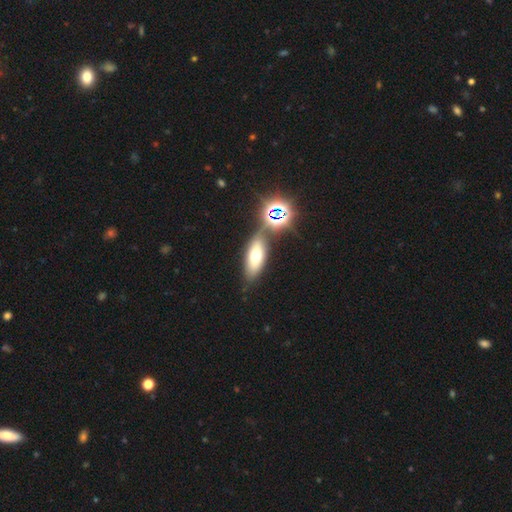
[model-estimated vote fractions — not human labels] Smooth or featured?
  - smooth: 58% *
  - featured or disk: 25%
  - star or artifact: 17%
How rounded?
  - in between: 76% *
  - cigar-shaped: 18%
  - round: 6%
Merging?
  - none: 65% *
  - merger: 15%
  - minor disturbance: 14%
  - major disturbance: 5%